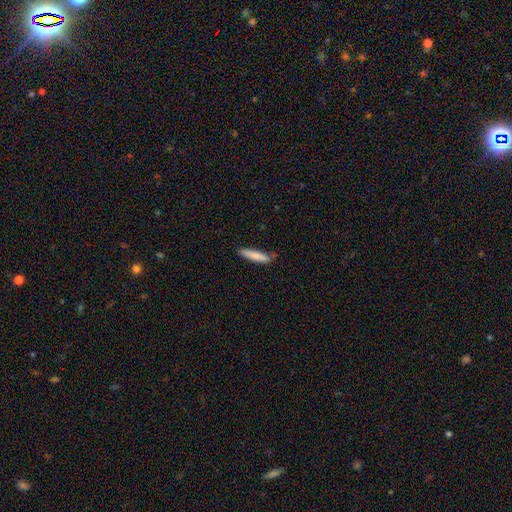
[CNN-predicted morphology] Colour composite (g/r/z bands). It shows a smooth galaxy with no disk features (80%) that is cigar-shaped (89%). Merging: none (79%).